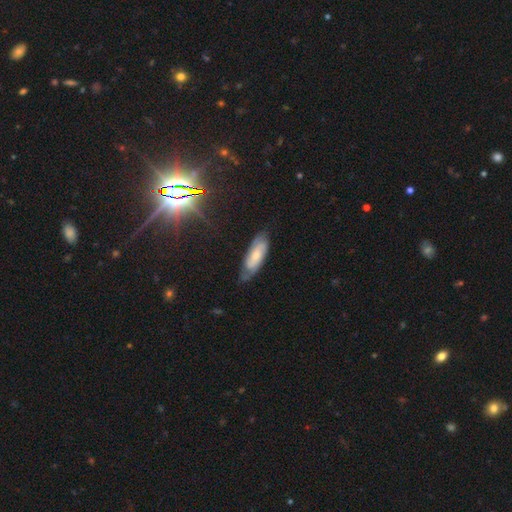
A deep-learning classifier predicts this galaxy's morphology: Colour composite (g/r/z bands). It shows a featured or disk galaxy (52%). Merging: none (69%).